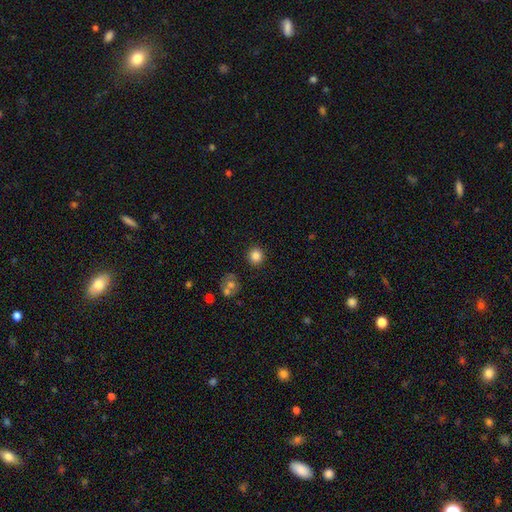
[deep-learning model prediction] Smooth or featured? Predicted: smooth (p=0.84). How rounded? Predicted: round (p=0.91). Merging? Predicted: none (p=0.90).